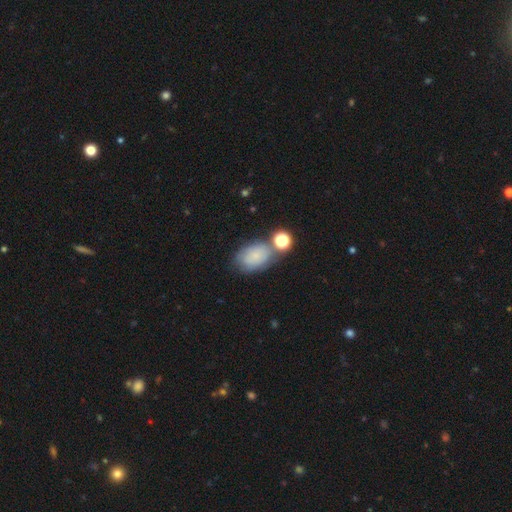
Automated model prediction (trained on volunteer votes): smooth-or-featured: smooth: 74% | featured or disk: 15% | star or artifact: 11%
  how-rounded: in between: 84% | round: 15% | cigar-shaped: 1%
  merging: none: 54% | minor disturbance: 20% | merger: 18% | major disturbance: 8%